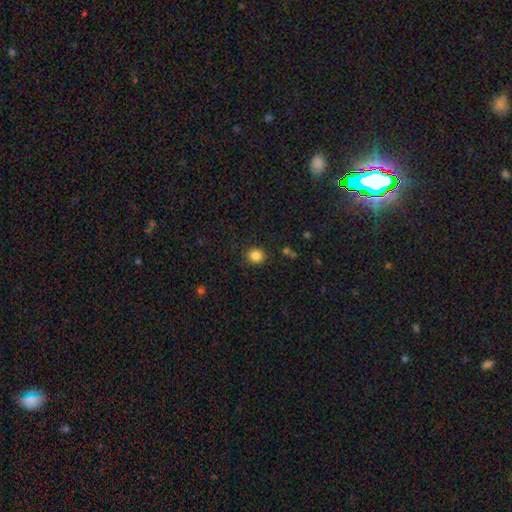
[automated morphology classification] Smooth or featured? Predicted: smooth (p=0.85). How rounded? Predicted: round (p=0.83). Merging? Predicted: none (p=0.89).